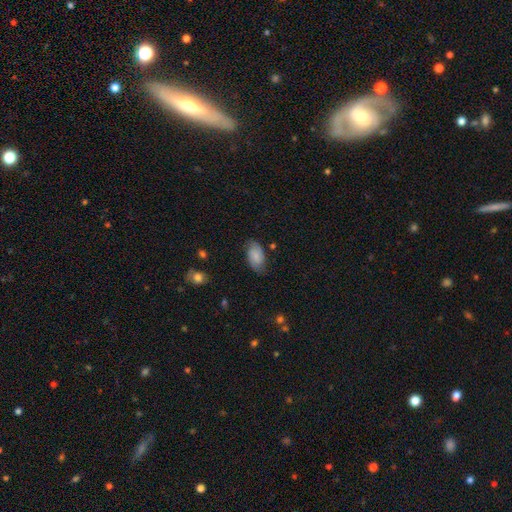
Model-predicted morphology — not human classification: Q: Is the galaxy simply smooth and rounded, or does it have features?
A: smooth — 68%.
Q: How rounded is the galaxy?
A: in between — 93%.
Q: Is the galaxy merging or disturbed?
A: none — 73%.